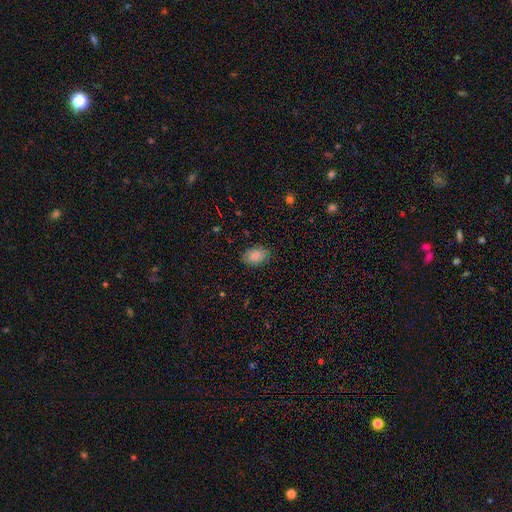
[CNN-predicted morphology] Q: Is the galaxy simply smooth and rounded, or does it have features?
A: smooth — 85%.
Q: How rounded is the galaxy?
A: in between — 84%.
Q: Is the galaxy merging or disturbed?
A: none — 84%.